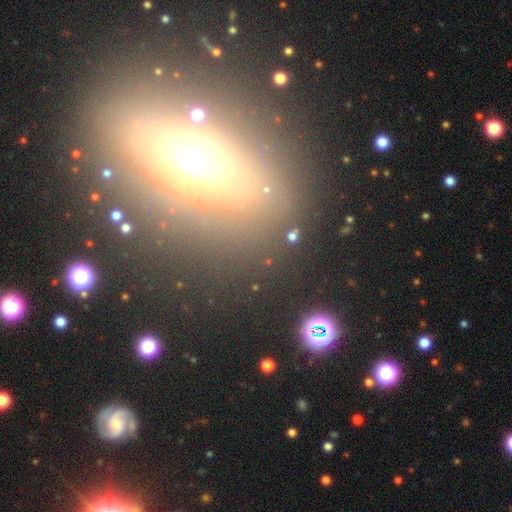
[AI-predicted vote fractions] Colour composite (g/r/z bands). It shows a smooth galaxy with no disk features (43%). Merging: none (81%).